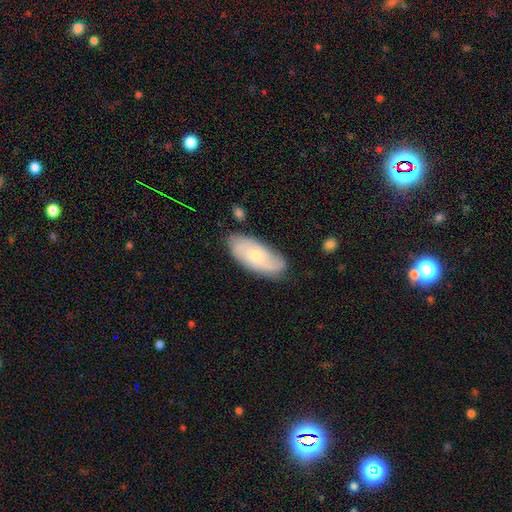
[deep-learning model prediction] A smooth galaxy with no disk features (48%).

Vote fractions:
- Smooth or featured? smooth: 48% / featured or disk: 45% / star or artifact: 7%
- Merging? none: 76% / minor disturbance: 18% / major disturbance: 4% / merger: 2%